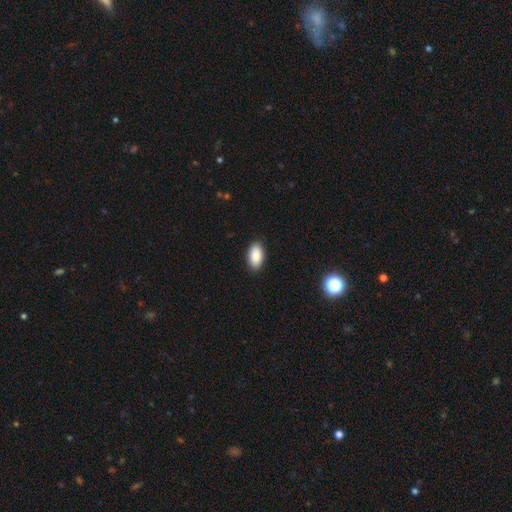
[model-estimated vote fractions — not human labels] Morphology: type=smooth (88%); roundness=in between (94%); merging=none (90%).